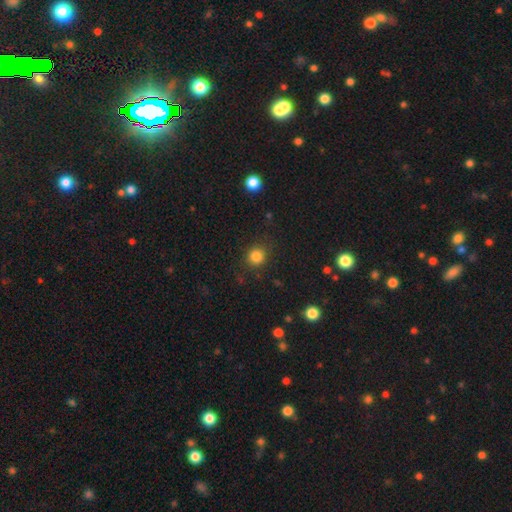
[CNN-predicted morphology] Smooth or featured? smooth (83%)
How rounded? round (88%)
Merging? none (86%)